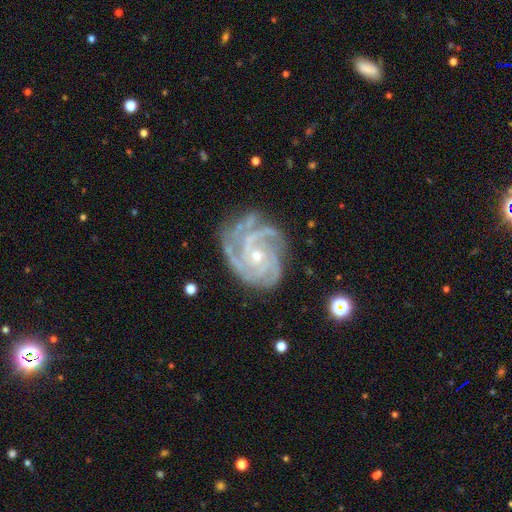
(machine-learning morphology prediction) The model was most divided on "spiral arm count": 3: 34%, 4: 32%, can't tell: 11%, 2: 10%, more than 4: 8%, 1: 6%. More confident: spiral arms — yes (98%); edge-on disk — no (98%); smooth or featured — featured or disk (91%); bulge size — small (70%); merging — none (69%); bar — no (68%); spiral winding — tight (65%).